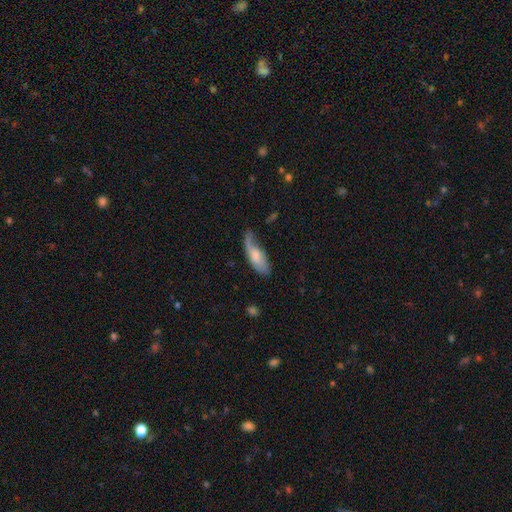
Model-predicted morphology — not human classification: smooth_or_featured: smooth (p=0.55) [alt: featured or disk p=0.38]
how_rounded: in between (p=0.67) [alt: cigar-shaped p=0.31]
merging: none (p=0.40) [alt: minor disturbance p=0.33]